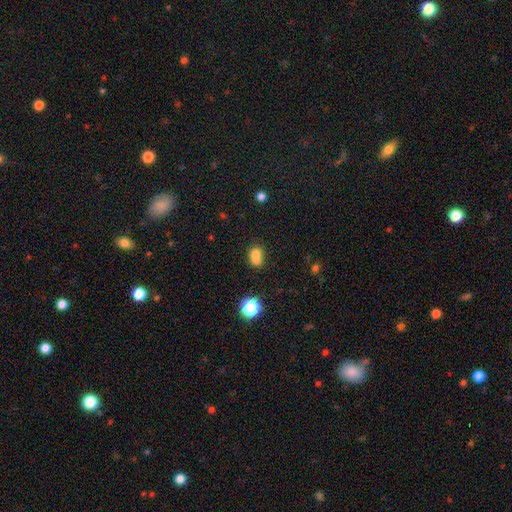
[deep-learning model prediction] Smooth or featured?
  - smooth: 71% *
  - featured or disk: 15%
  - star or artifact: 14%
How rounded?
  - round: 61% *
  - in between: 38%
  - cigar-shaped: 1%
Merging?
  - merger: 53% *
  - none: 32%
  - minor disturbance: 10%
  - major disturbance: 4%